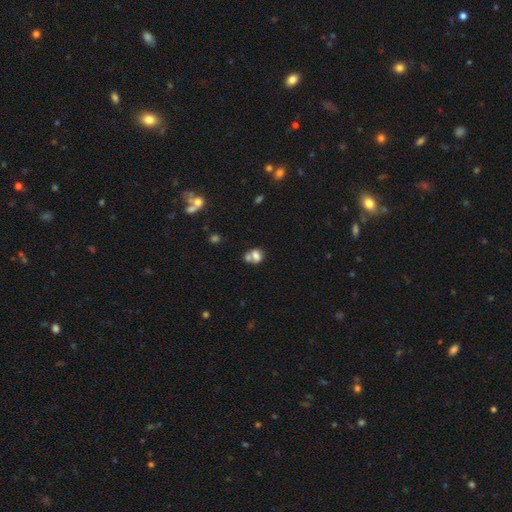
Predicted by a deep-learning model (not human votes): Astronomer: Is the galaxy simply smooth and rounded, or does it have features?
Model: smooth — 72%.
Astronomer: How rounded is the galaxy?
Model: in between — 57% (runner-up: round, 41%).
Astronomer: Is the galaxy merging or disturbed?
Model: merger — 55%.